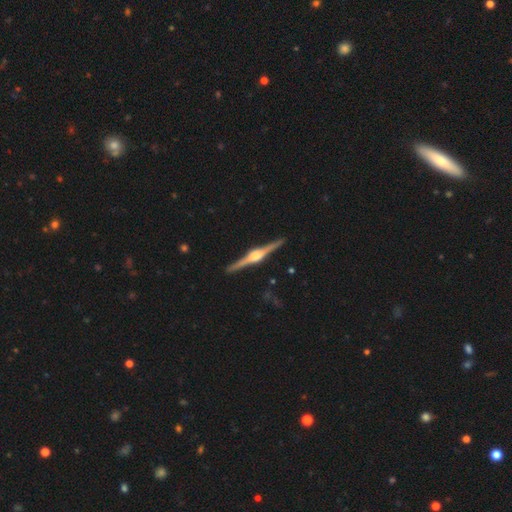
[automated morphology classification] The model was most divided on "edge-on bulge": rounded: 87%, boxy: 10%, none: 2%. More confident: edge-on disk — yes (99%); merging — none (92%); smooth or featured — featured or disk (89%).